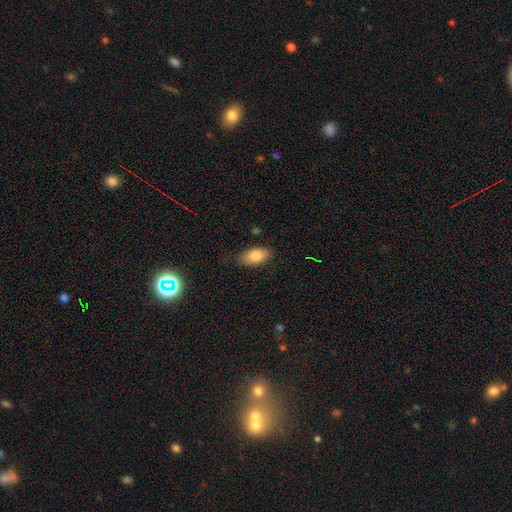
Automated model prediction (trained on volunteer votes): Morphology: type=smooth (82%); roundness=in between (91%); merging=none (78%).